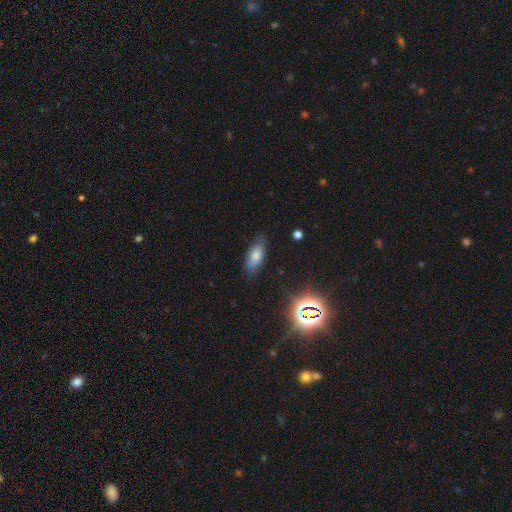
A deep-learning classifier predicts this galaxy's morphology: This is likely a smooth galaxy (71%). How rounded: likely in between (76%). Merging: clearly none (82%).